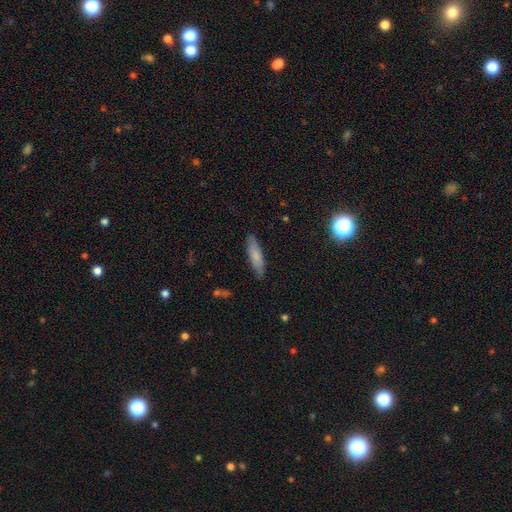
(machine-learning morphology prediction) This is likely a smooth galaxy (75%). How rounded: likely cigar-shaped (68%). Merging: clearly none (85%).